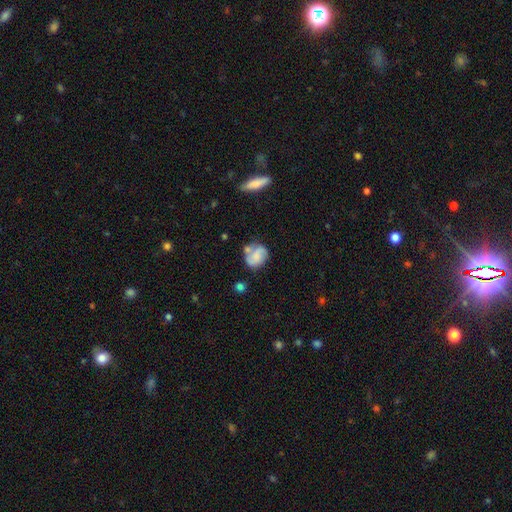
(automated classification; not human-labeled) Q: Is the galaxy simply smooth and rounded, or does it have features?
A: smooth — 50%.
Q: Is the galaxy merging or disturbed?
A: none — 47%.